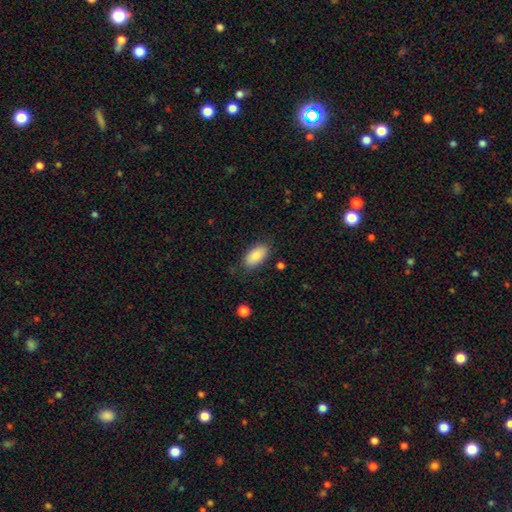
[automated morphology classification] Q: Smooth or featured?
A: smooth (87%); runner-up: star or artifact (7%)
Q: How rounded?
A: in between (92%); runner-up: cigar-shaped (5%)
Q: Merging?
A: none (83%); runner-up: minor disturbance (12%)